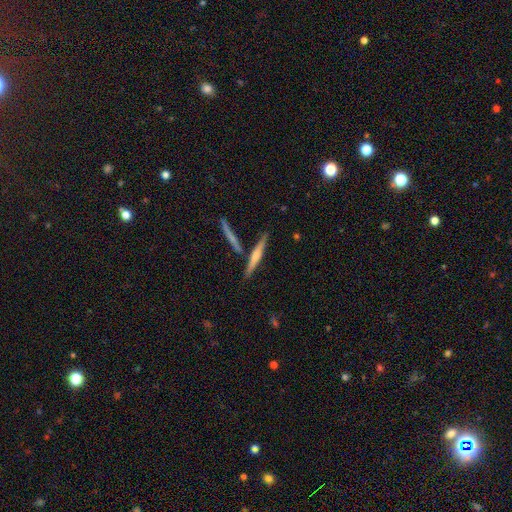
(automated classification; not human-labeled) Smooth or featured?
  - featured or disk: 57% *
  - smooth: 37%
  - star or artifact: 6%
Edge-on disk?
  - yes: 96% *
  - no: 4%
Edge-on bulge?
  - rounded: 65% *
  - none: 27%
  - boxy: 8%
Merging?
  - none: 74% *
  - merger: 14%
  - minor disturbance: 9%
  - major disturbance: 2%